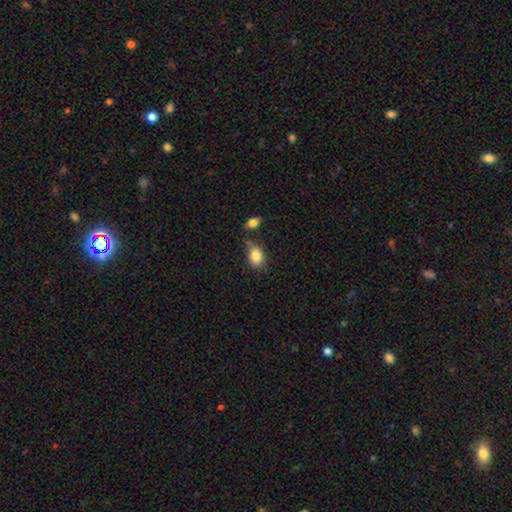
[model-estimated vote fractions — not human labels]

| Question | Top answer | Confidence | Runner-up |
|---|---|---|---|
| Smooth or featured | smooth | 85% | star or artifact (8%) |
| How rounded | in between | 77% | round (22%) |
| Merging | none | 58% | minor disturbance (22%) |